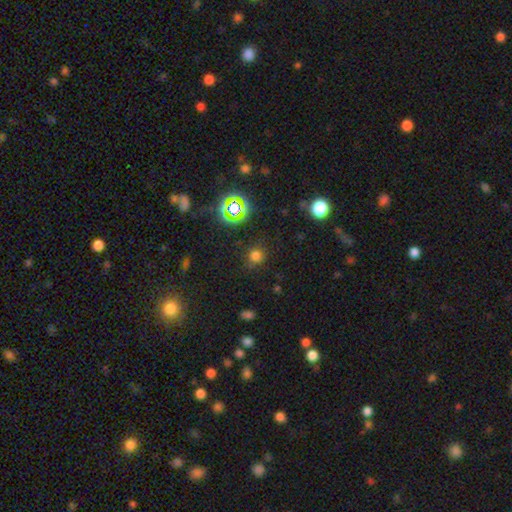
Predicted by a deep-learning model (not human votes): Smooth or featured: smooth — 68% (star or artifact — 26%)
How rounded: round — 90% (in between — 9%)
Merging: none — 83% (minor disturbance — 10%)